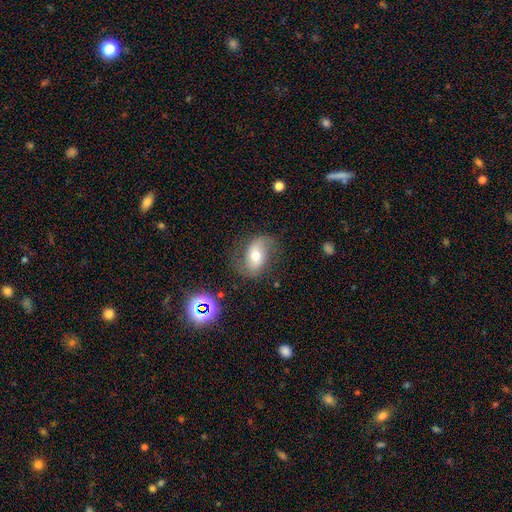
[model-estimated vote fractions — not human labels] Overall: featured or disk (55%; smooth 36%). Edge-on disk: no (94%). Bar: no (48%; weak 32%). Spiral arms: yes (78%). Bulge size: moderate (72%). Merging: none (69%).